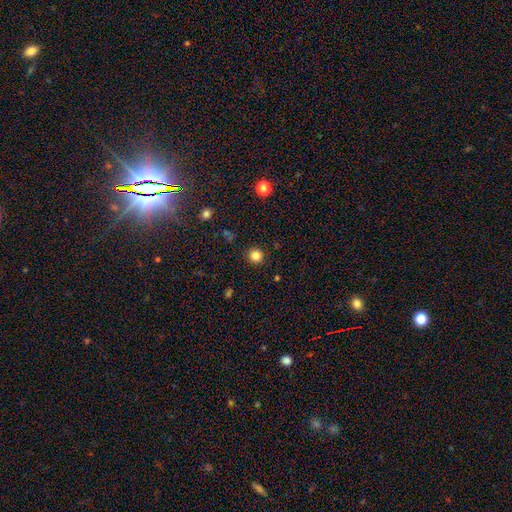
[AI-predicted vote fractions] Smooth or featured?
  - smooth: 83% *
  - star or artifact: 13%
  - featured or disk: 4%
How rounded?
  - round: 93% *
  - in between: 6%
  - cigar-shaped: 1%
Merging?
  - none: 92% *
  - minor disturbance: 5%
  - major disturbance: 2%
  - merger: 1%